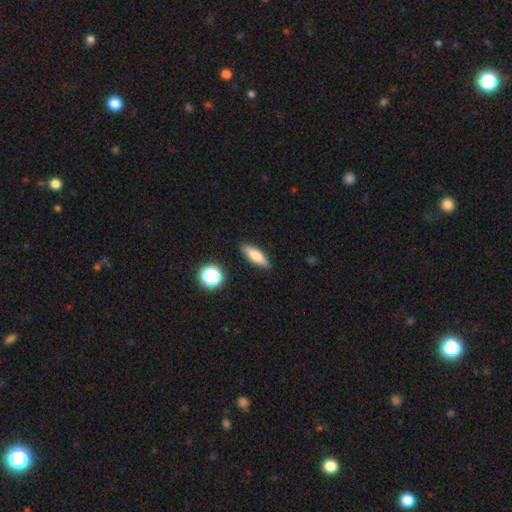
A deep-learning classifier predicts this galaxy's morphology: smooth-or-featured: smooth: 75% | featured or disk: 17% | star or artifact: 8%
  how-rounded: in between: 51% | cigar-shaped: 45% | round: 4%
  merging: none: 87% | minor disturbance: 9% | major disturbance: 2% | merger: 2%